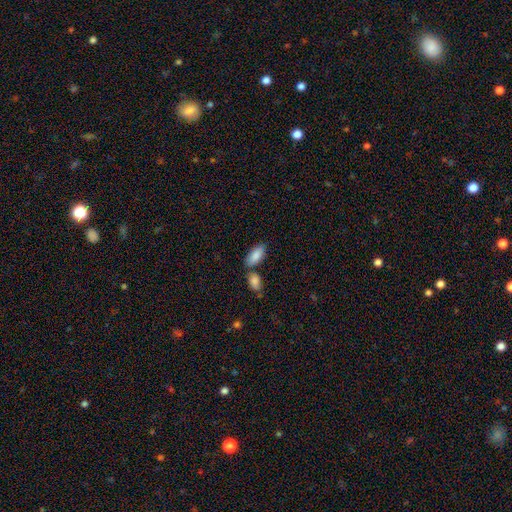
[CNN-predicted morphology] Q: Smooth or featured?
A: smooth (86%); runner-up: featured or disk (8%)
Q: How rounded?
A: in between (89%); runner-up: cigar-shaped (9%)
Q: Merging?
A: none (64%); runner-up: merger (19%)